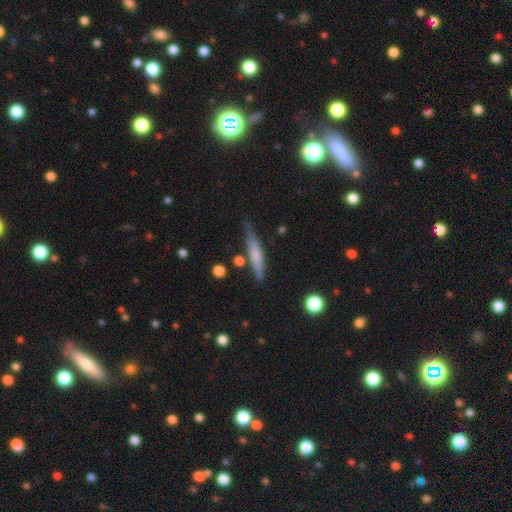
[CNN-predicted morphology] A smooth galaxy with no disk features (57%) that is cigar-shaped (89%).

Vote fractions:
- Smooth or featured? smooth: 57% / featured or disk: 36% / star or artifact: 7%
- How rounded? cigar-shaped: 89% / in between: 9% / round: 2%
- Merging? none: 68% / minor disturbance: 22% / merger: 5% / major disturbance: 5%